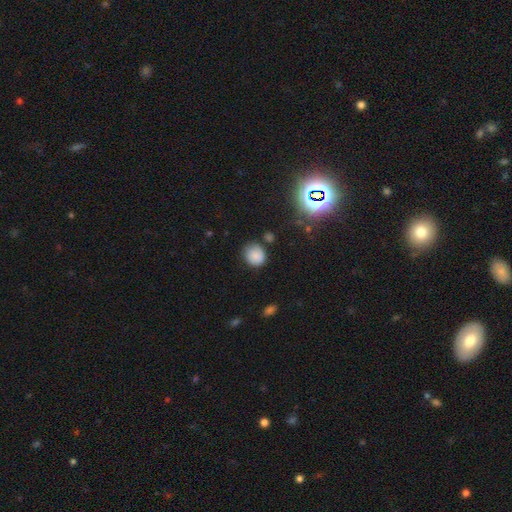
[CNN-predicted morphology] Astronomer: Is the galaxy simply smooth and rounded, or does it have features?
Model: smooth — 80%.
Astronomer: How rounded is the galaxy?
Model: round — 73%.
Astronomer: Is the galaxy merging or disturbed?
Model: none — 70%.